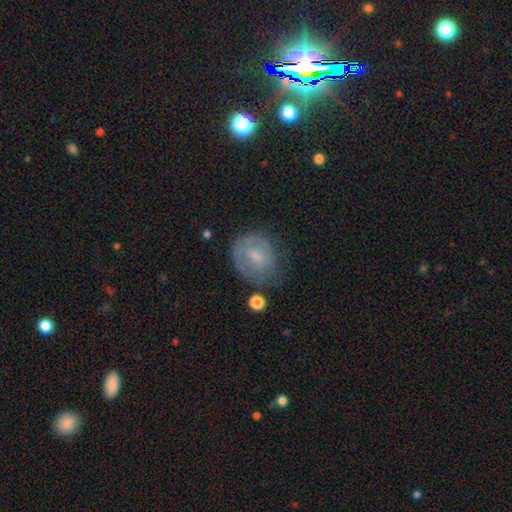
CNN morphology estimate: smooth 51%, featured or disk 38%, star or artifact 11%. Down the decision tree: how rounded — round (57%); merging — none (59%).